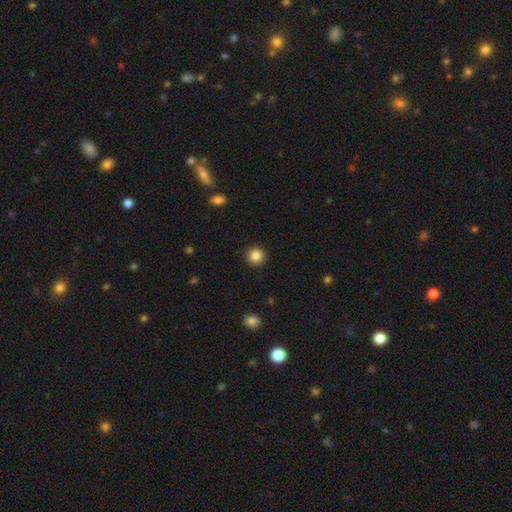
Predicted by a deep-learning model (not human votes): Smooth or featured?
  - smooth: 85% *
  - star or artifact: 10%
  - featured or disk: 5%
How rounded?
  - round: 95% *
  - in between: 4%
  - cigar-shaped: 1%
Merging?
  - none: 92% *
  - minor disturbance: 5%
  - major disturbance: 2%
  - merger: 1%